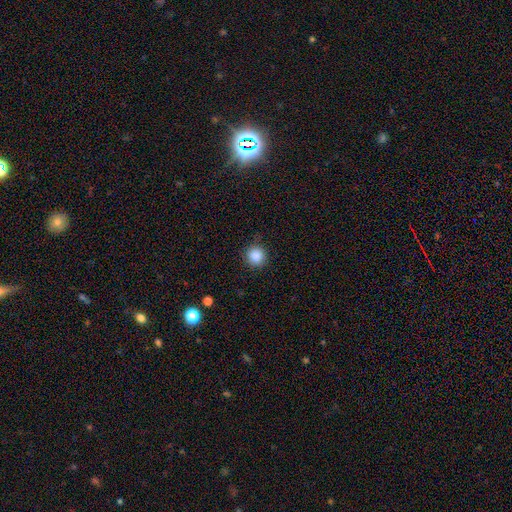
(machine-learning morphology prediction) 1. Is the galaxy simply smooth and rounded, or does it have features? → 87% smooth, 10% star or artifact, 3% featured or disk.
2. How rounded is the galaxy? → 92% round, 7% in between, 1% cigar-shaped.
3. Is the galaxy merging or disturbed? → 86% none, 10% minor disturbance, 3% major disturbance, 1% merger.